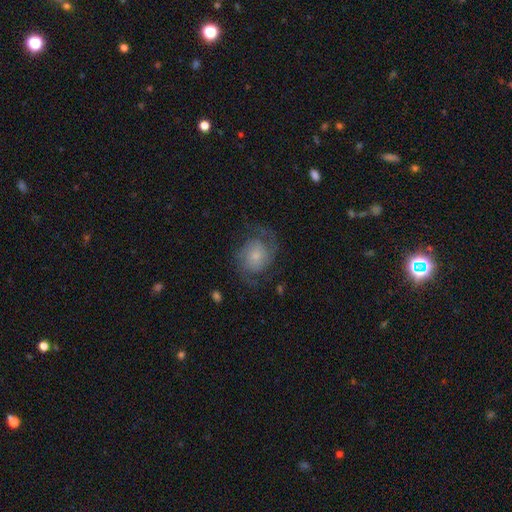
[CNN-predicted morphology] Q: Smooth or featured?
A: featured or disk (74%); runner-up: smooth (18%)
Q: Edge-on disk?
A: no (98%); runner-up: yes (2%)
Q: Bar?
A: no (70%); runner-up: weak (26%)
Q: Spiral arms?
A: yes (94%); runner-up: no (6%)
Q: Spiral winding?
A: medium (50%); runner-up: loose (26%)
Q: Spiral arm count?
A: 2 (82%); runner-up: can't tell (8%)
Q: Bulge size?
A: small (54%); runner-up: moderate (31%)
Q: Merging?
A: none (67%); runner-up: minor disturbance (17%)